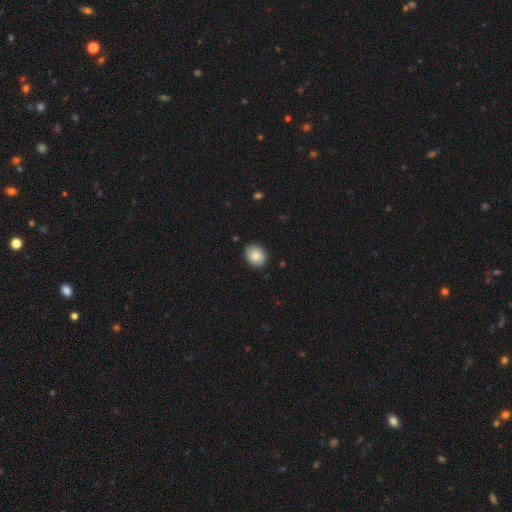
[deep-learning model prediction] Smooth or featured? smooth (86%)
How rounded? in between (54%)
Merging? none (88%)